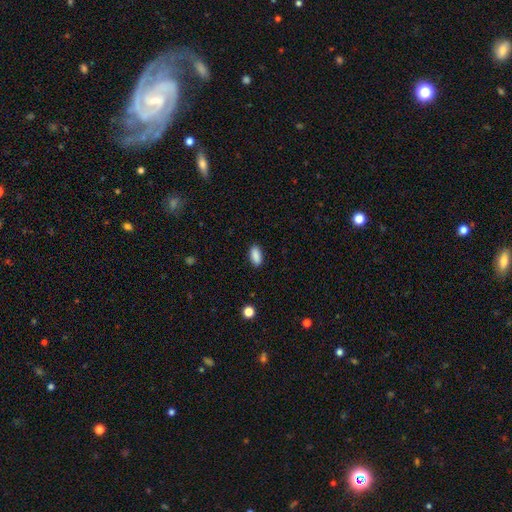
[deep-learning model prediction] This appears to be a smooth galaxy with no disk features (89%) that is in between round and cigar-shaped (89%). Merging: none (89%).